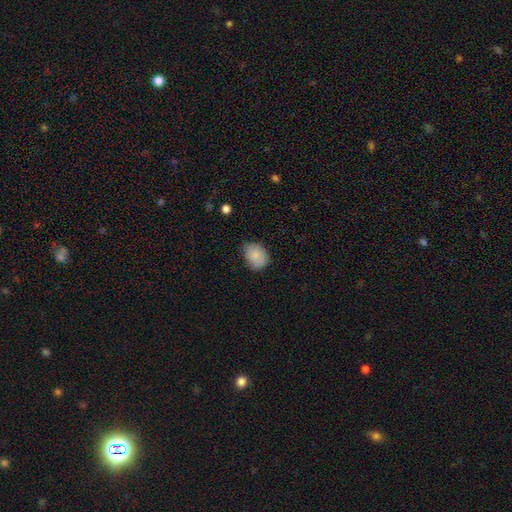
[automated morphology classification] A smooth galaxy with no disk features (85%) that is in between round and cigar-shaped (59%). Merging: none (63%).